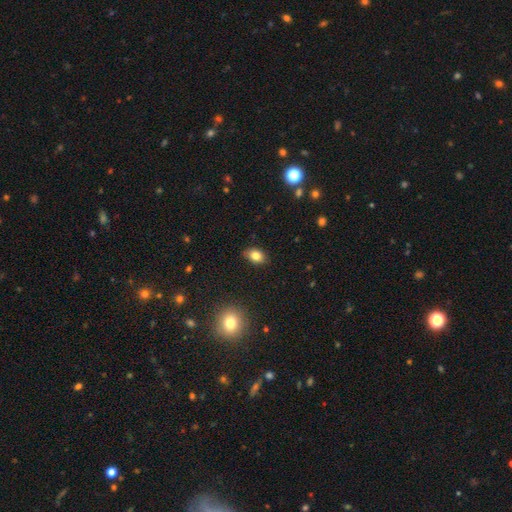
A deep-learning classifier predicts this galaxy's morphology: Smooth or featured?
  - smooth: 82% *
  - star or artifact: 10%
  - featured or disk: 8%
How rounded?
  - in between: 81% *
  - round: 18%
  - cigar-shaped: 2%
Merging?
  - none: 84% *
  - minor disturbance: 12%
  - major disturbance: 2%
  - merger: 1%